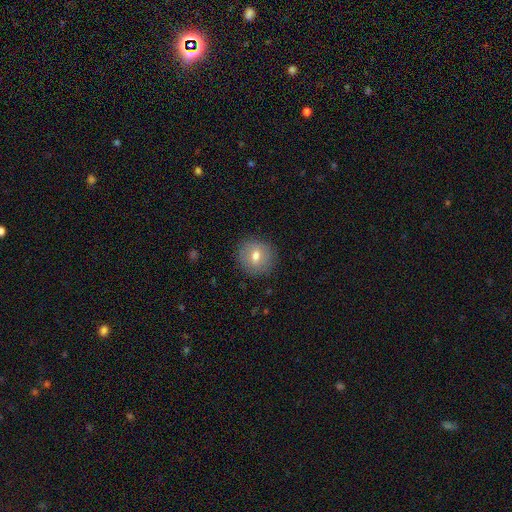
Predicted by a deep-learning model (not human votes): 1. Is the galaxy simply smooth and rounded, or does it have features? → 66% smooth, 24% featured or disk, 9% star or artifact.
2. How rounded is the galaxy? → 86% round, 13% in between, 1% cigar-shaped.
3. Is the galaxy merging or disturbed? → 87% none, 9% minor disturbance, 3% major disturbance, 1% merger.